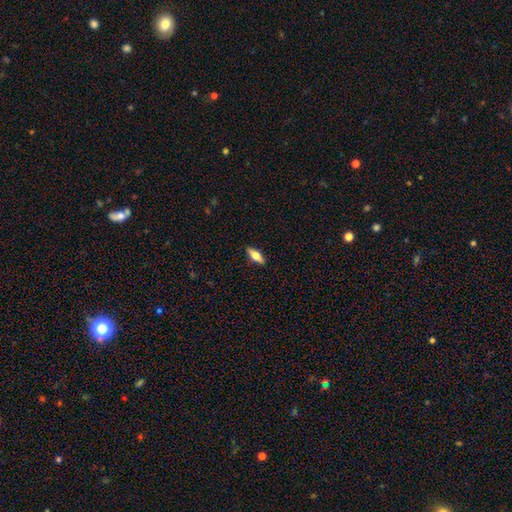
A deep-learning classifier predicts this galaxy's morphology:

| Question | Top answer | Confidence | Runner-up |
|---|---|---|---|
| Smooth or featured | smooth | 63% | featured or disk (31%) |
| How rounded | in between | 64% | cigar-shaped (33%) |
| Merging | none | 89% | minor disturbance (8%) |